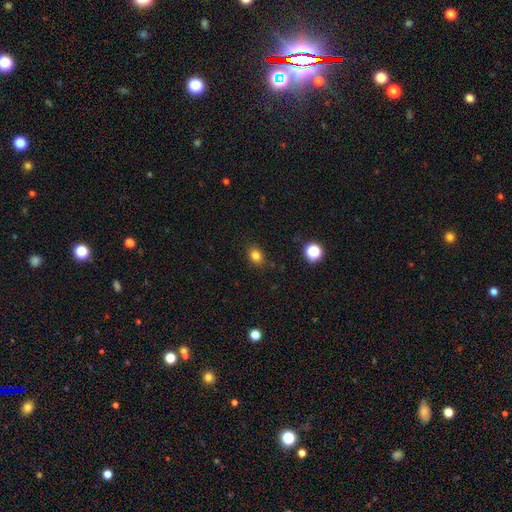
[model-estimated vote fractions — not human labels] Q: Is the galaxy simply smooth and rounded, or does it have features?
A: smooth — 82%.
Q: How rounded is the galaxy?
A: in between — 52%.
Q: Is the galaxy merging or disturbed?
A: none — 85%.